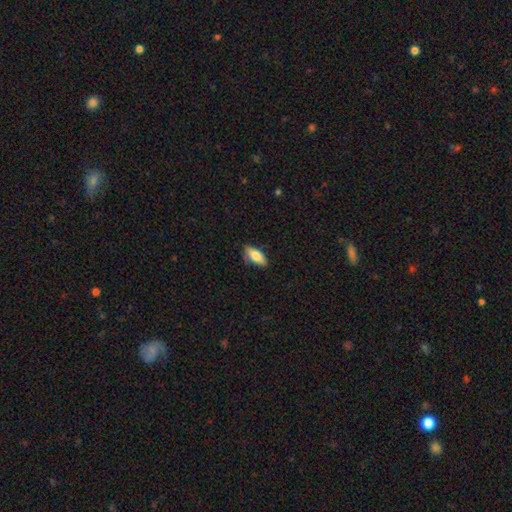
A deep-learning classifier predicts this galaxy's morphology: This appears to be a smooth galaxy with no disk features (78%) that is in between round and cigar-shaped (80%). Merging: none (81%).